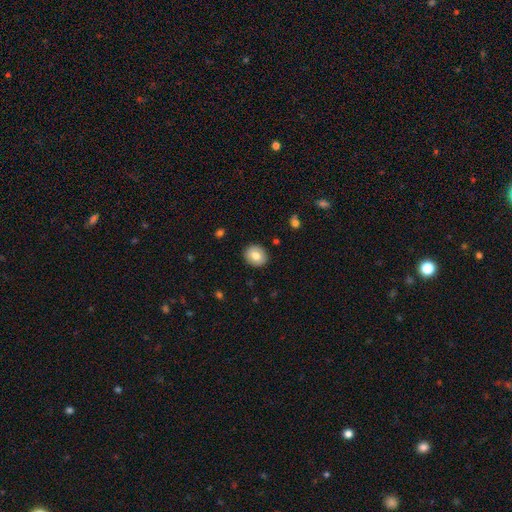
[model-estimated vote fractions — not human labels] Q: Smooth or featured?
A: smooth (79%); runner-up: featured or disk (13%)
Q: How rounded?
A: round (74%); runner-up: in between (25%)
Q: Merging?
A: none (90%); runner-up: minor disturbance (7%)